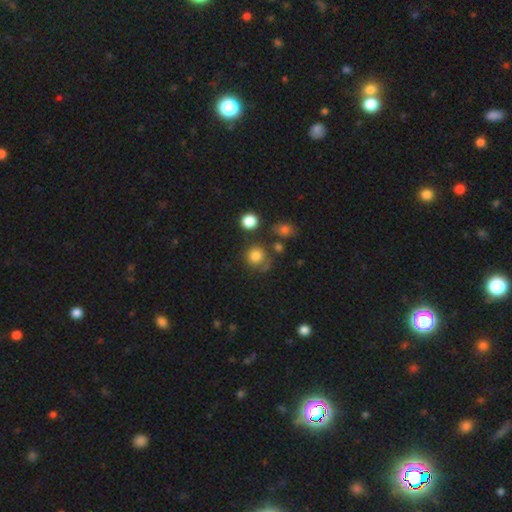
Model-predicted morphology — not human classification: smooth_or_featured: smooth (p=0.80) [alt: star or artifact p=0.12]
how_rounded: round (p=0.89) [alt: in between p=0.10]
merging: none (p=0.69) [alt: minor disturbance p=0.15]